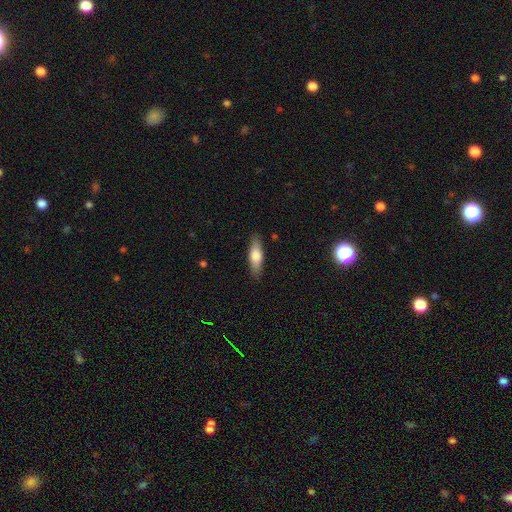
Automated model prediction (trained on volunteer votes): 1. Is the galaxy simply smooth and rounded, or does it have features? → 70% smooth, 24% featured or disk, 6% star or artifact.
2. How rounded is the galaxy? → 50% in between, 48% cigar-shaped, 2% round.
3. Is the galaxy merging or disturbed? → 87% none, 10% minor disturbance, 2% major disturbance, 1% merger.